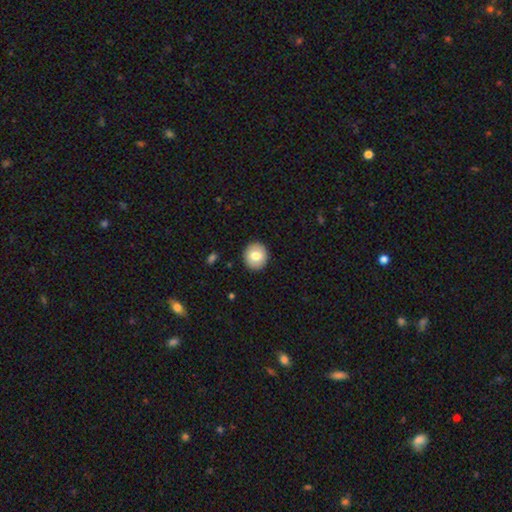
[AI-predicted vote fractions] Q: Smooth or featured?
A: smooth (77%); runner-up: featured or disk (16%)
Q: How rounded?
A: round (88%); runner-up: in between (11%)
Q: Merging?
A: none (91%); runner-up: minor disturbance (6%)